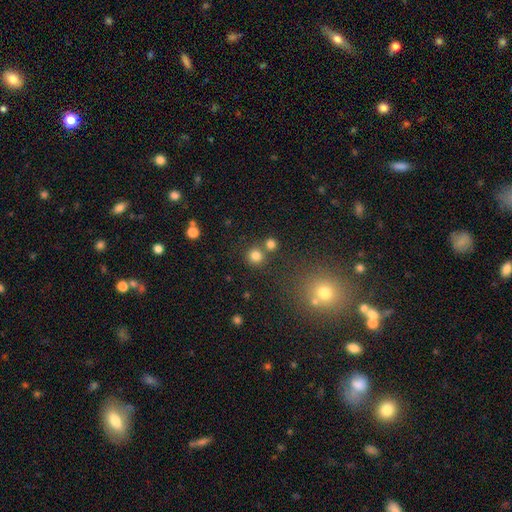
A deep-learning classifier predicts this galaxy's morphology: Smooth or featured: smooth — 79% (star or artifact — 15%)
How rounded: round — 93% (in between — 6%)
Merging: none — 72% (merger — 19%)